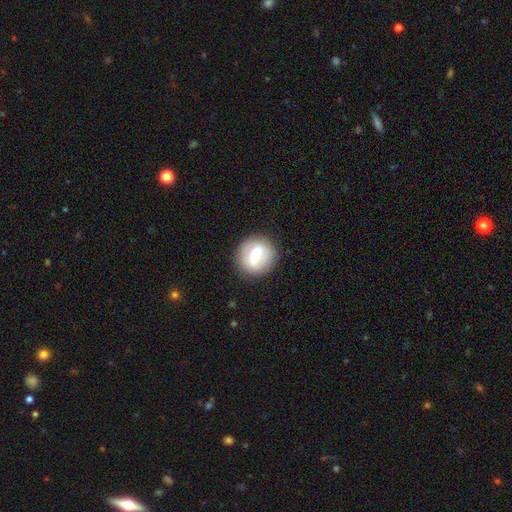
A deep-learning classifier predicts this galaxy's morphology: A smooth galaxy with no disk features (50%). Merging: none (85%).